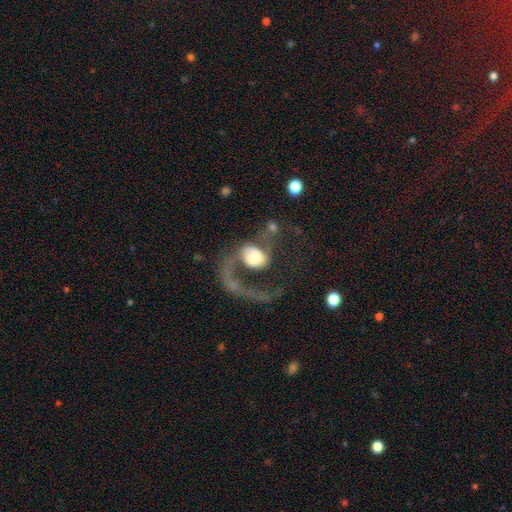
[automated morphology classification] smooth_or_featured: featured or disk (p=0.62) [alt: smooth p=0.30]
disk_edge_on: no (p=0.97) [alt: yes p=0.03]
bar: no (p=0.65) [alt: weak p=0.26]
has_spiral_arms: yes (p=0.77) [alt: no p=0.23]
bulge_size: large (p=0.35) [alt: moderate p=0.30]
merging: major disturbance (p=0.56) [alt: merger p=0.18]